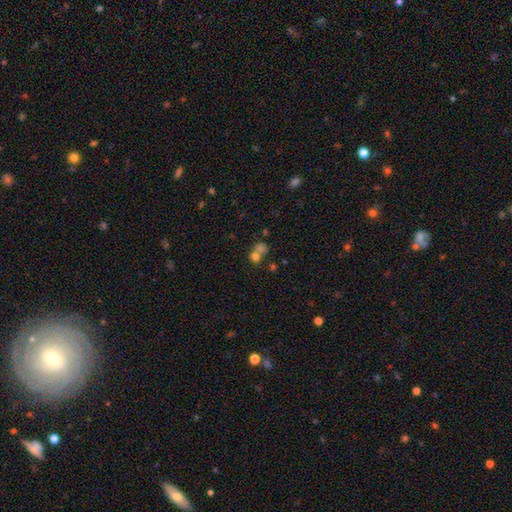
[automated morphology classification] Smooth or featured?
  - smooth: 70% *
  - star or artifact: 16%
  - featured or disk: 14%
How rounded?
  - round: 73% *
  - in between: 26%
  - cigar-shaped: 1%
Merging?
  - merger: 56% *
  - none: 32%
  - minor disturbance: 7%
  - major disturbance: 5%